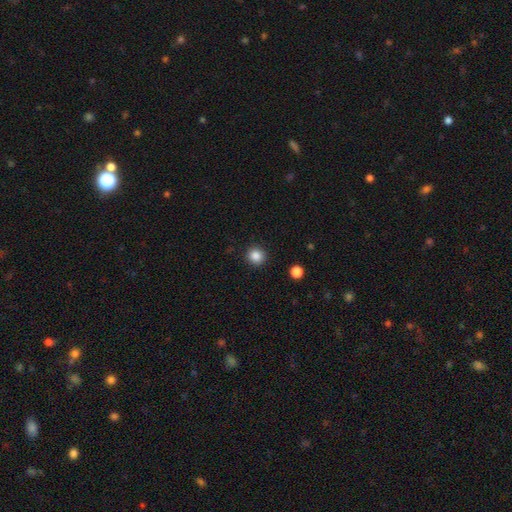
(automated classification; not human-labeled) The model was most divided on "smooth or featured": smooth: 86%, star or artifact: 11%, featured or disk: 3%. More confident: how rounded — round (92%); merging — none (92%).